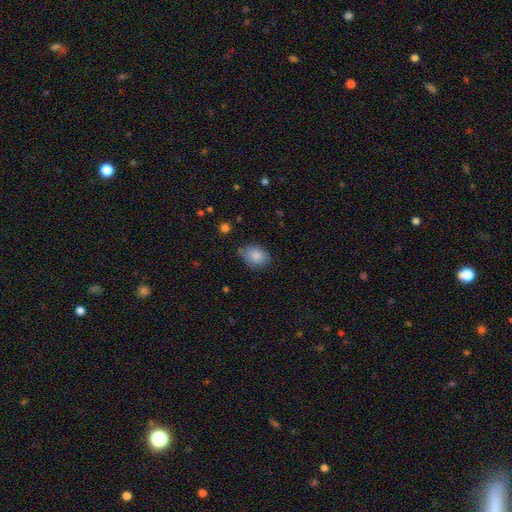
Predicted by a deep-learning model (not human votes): smooth-or-featured: smooth: 85% | star or artifact: 8% | featured or disk: 7%
  how-rounded: in between: 65% | round: 34% | cigar-shaped: 1%
  merging: none: 67% | minor disturbance: 26% | major disturbance: 5% | merger: 2%